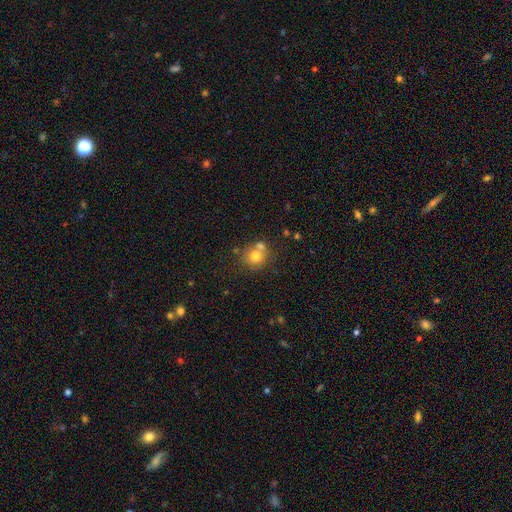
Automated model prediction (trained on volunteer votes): Smooth or featured? Predicted: smooth (p=0.73). How rounded? Predicted: round (p=0.84). Merging? Predicted: none (p=0.53).